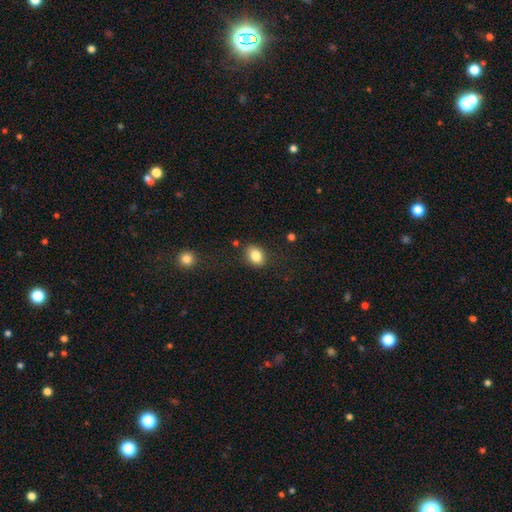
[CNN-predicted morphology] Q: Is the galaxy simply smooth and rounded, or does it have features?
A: smooth — 83%.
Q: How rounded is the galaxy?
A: in between — 71%.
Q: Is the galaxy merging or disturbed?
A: none — 82%.